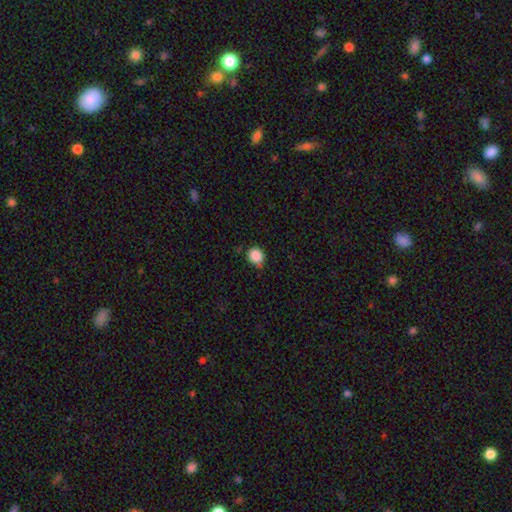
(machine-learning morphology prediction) Smooth or featured: smooth — 87% (star or artifact — 10%)
How rounded: round — 78% (in between — 21%)
Merging: none — 65% (minor disturbance — 28%)